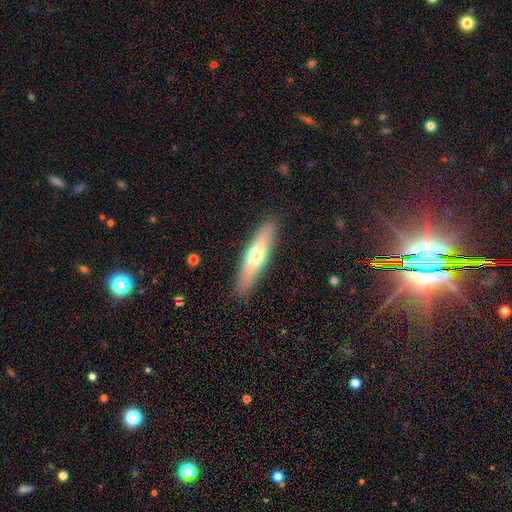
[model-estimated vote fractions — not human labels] Smooth or featured?
  - smooth: 54% *
  - featured or disk: 40%
  - star or artifact: 6%
How rounded?
  - cigar-shaped: 78% *
  - in between: 21%
  - round: 2%
Merging?
  - none: 89% *
  - minor disturbance: 8%
  - major disturbance: 2%
  - merger: 1%